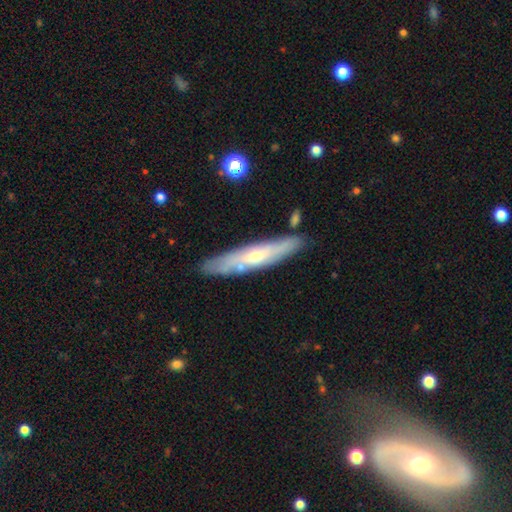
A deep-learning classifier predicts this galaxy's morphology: The model was most divided on "smooth or featured": featured or disk: 60%, smooth: 33%, star or artifact: 8%. More confident: merging — none (82%); edge-on disk — yes (67%).